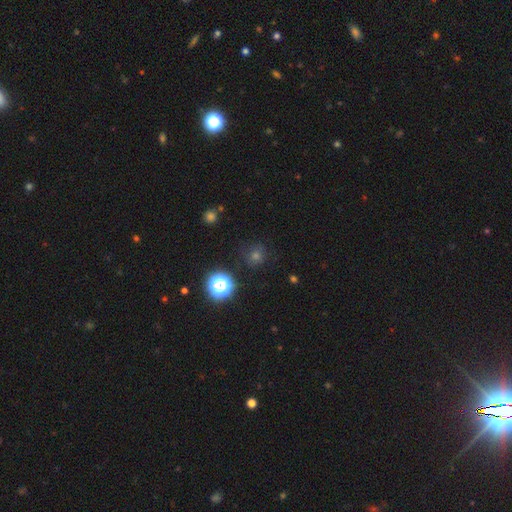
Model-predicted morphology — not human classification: Smooth or featured? Predicted: smooth (p=0.50). How rounded? Predicted: round (p=0.92). Merging? Predicted: none (p=0.85).